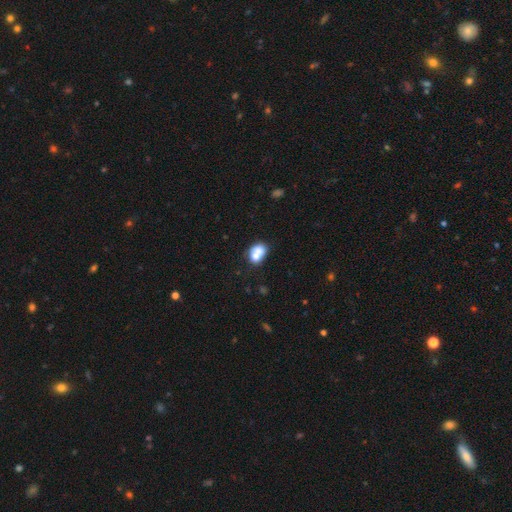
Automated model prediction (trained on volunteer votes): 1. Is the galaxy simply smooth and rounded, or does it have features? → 68% smooth, 22% featured or disk, 10% star or artifact.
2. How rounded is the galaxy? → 53% round, 45% in between, 1% cigar-shaped.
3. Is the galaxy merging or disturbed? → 63% merger, 25% none, 7% minor disturbance, 4% major disturbance.